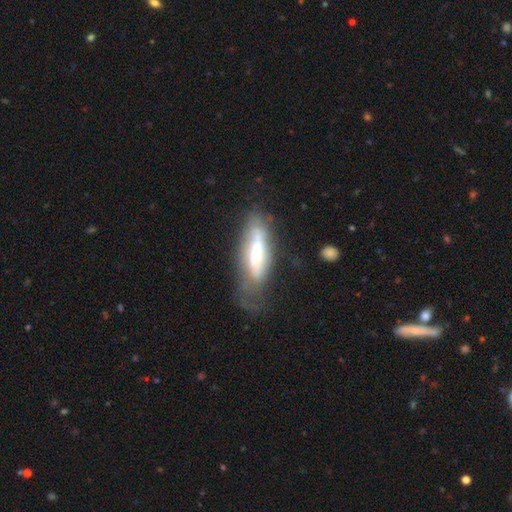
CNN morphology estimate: A featured or disk galaxy (53%).

Vote fractions:
- Smooth or featured? featured or disk: 53% / smooth: 39% / star or artifact: 7%
- Edge-on disk? no: 61% / yes: 39%
- Merging? none: 37% / major disturbance: 29% / minor disturbance: 28% / merger: 6%